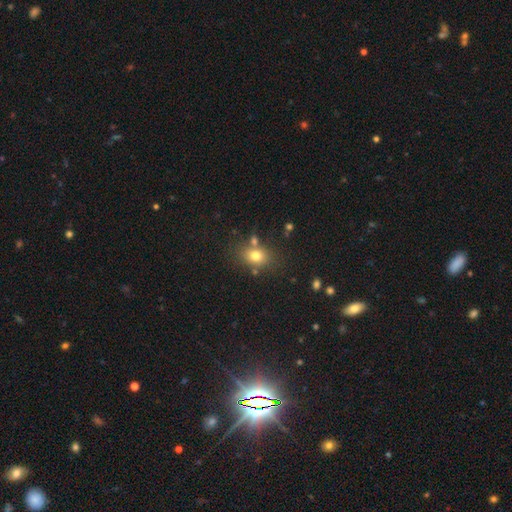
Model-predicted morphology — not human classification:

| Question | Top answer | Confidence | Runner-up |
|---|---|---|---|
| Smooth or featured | smooth | 75% | star or artifact (13%) |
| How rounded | in between | 54% | round (44%) |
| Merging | none | 70% | minor disturbance (13%) |